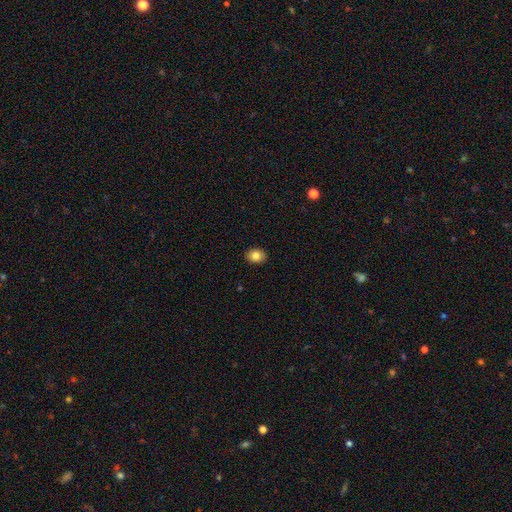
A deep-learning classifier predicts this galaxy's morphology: Smooth or featured? smooth (82%)
How rounded? in between (62%)
Merging? none (90%)